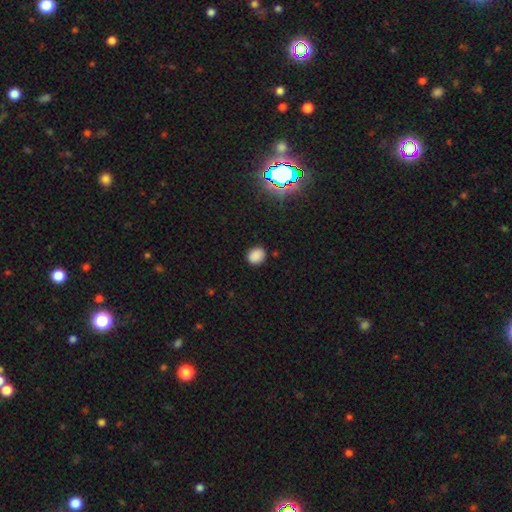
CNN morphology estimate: A smooth galaxy with no disk features (85%) that is round (64%).

Vote fractions:
- Smooth or featured? smooth: 85% / star or artifact: 12% / featured or disk: 4%
- How rounded? round: 64% / in between: 35% / cigar-shaped: 1%
- Merging? none: 86% / minor disturbance: 10% / major disturbance: 2% / merger: 1%